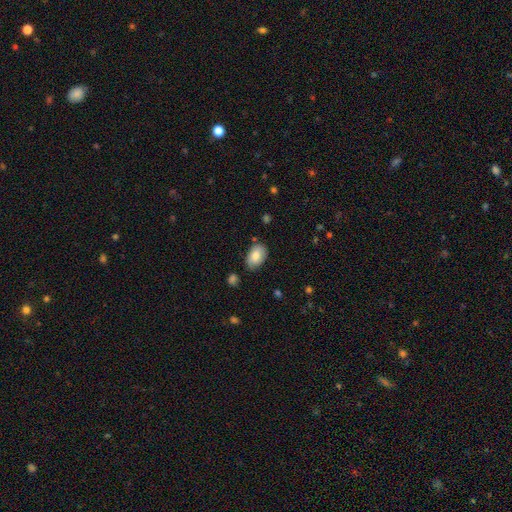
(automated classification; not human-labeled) A smooth galaxy with no disk features (80%) that is in between round and cigar-shaped (90%).

Vote fractions:
- Smooth or featured? smooth: 80% / featured or disk: 13% / star or artifact: 7%
- How rounded? in between: 90% / round: 8% / cigar-shaped: 1%
- Merging? none: 75% / minor disturbance: 19% / major disturbance: 3% / merger: 2%